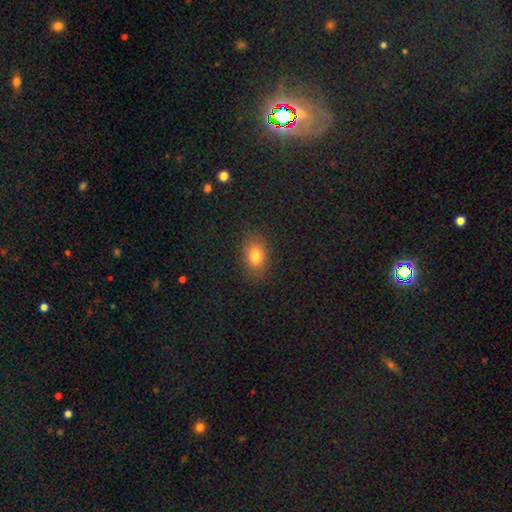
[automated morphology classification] This appears to be a smooth galaxy with no disk features (79%) that is in between round and cigar-shaped (68%). Merging: none (85%).